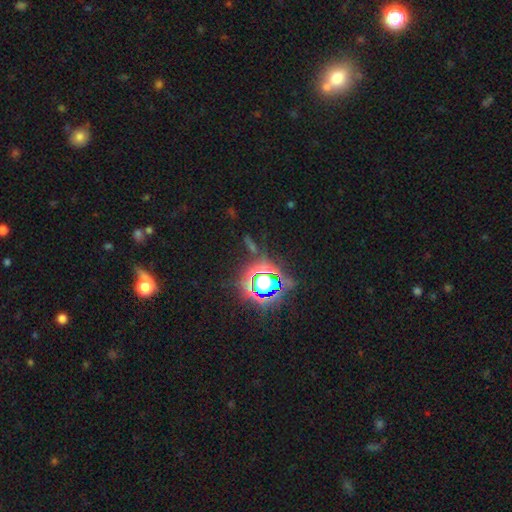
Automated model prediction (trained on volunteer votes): Smooth or featured? Predicted: star or artifact (p=0.81).